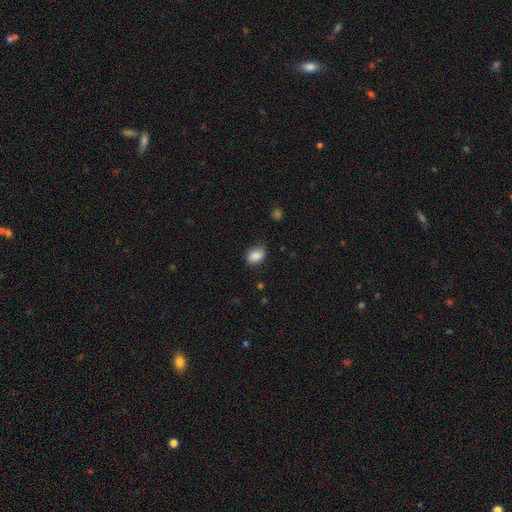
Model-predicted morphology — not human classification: smooth-or-featured: smooth: 86% | star or artifact: 8% | featured or disk: 6%
  how-rounded: in between: 80% | round: 19% | cigar-shaped: 1%
  merging: none: 69% | minor disturbance: 25% | major disturbance: 5% | merger: 1%